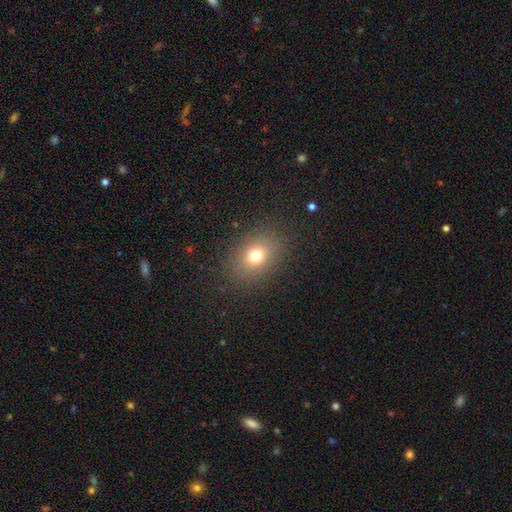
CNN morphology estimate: smooth-or-featured: smooth: 73% | star or artifact: 15% | featured or disk: 11%
  how-rounded: in between: 58% | round: 40% | cigar-shaped: 1%
  merging: none: 85% | minor disturbance: 9% | major disturbance: 5% | merger: 1%